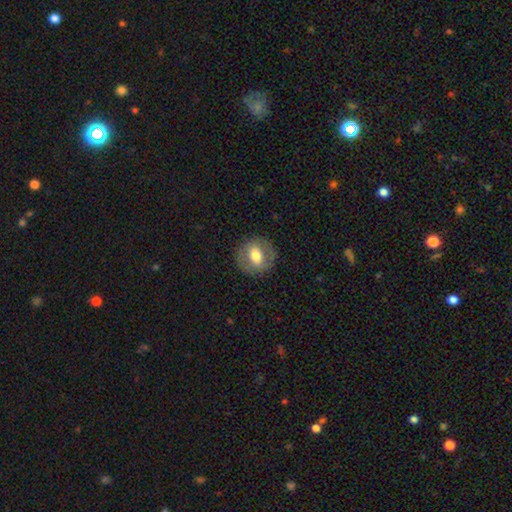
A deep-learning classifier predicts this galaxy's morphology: Q: Smooth or featured?
A: smooth (57%); runner-up: featured or disk (36%)
Q: How rounded?
A: round (79%); runner-up: in between (20%)
Q: Merging?
A: none (84%); runner-up: minor disturbance (10%)